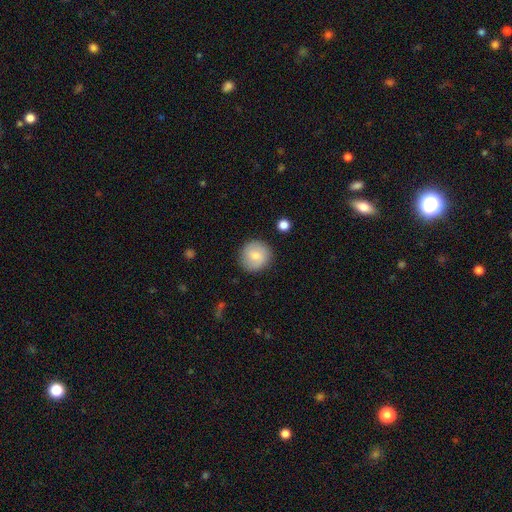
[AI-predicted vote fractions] This is likely a smooth galaxy (76%). How rounded: clearly round (93%). Merging: clearly none (88%).